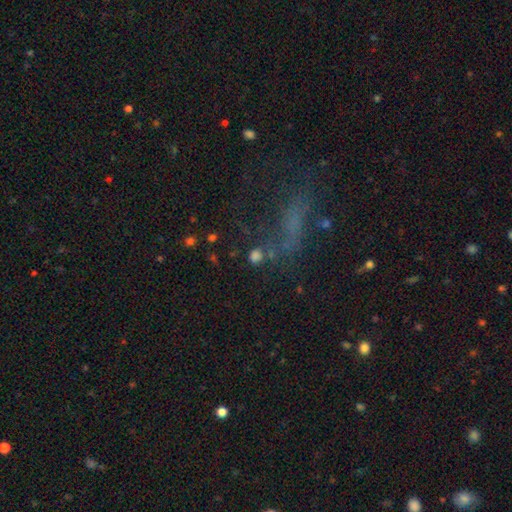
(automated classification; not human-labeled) smooth 69%, star or artifact 22%, featured or disk 9%. Down the decision tree: how rounded — round (80%); merging — none (66%).